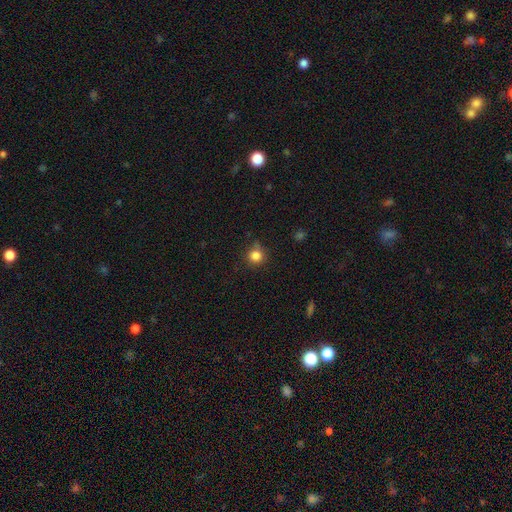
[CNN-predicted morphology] smooth_or_featured: smooth (p=0.83) [alt: star or artifact p=0.12]
how_rounded: round (p=0.92) [alt: in between p=0.07]
merging: none (p=0.77) [alt: minor disturbance p=0.15]